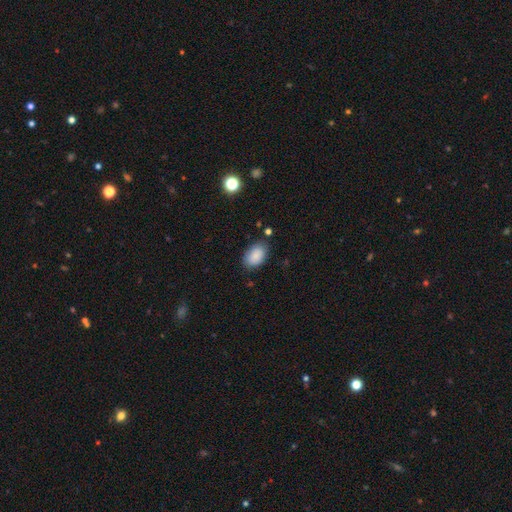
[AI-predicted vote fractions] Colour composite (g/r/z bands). It shows a smooth galaxy with no disk features (87%) that is in between round and cigar-shaped (89%). Merging: none (79%).